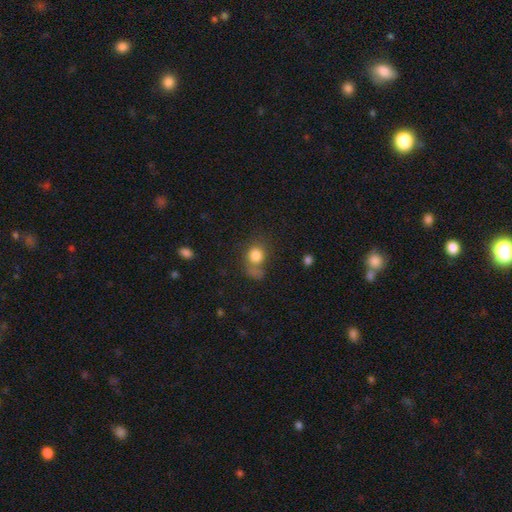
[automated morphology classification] smooth 81%, star or artifact 11%, featured or disk 8%. Down the decision tree: how rounded — round (71%); merging — none (49%).